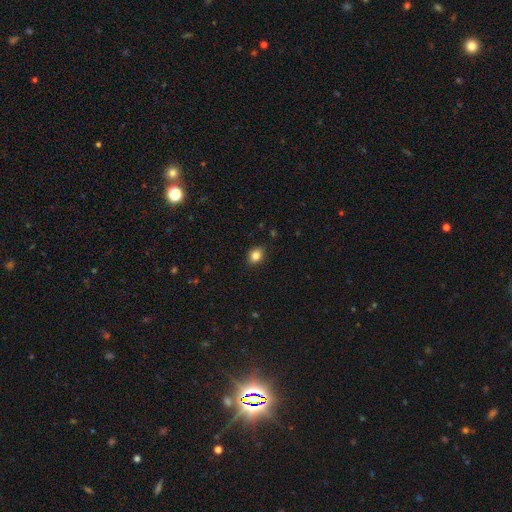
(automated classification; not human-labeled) Q: Smooth or featured?
A: smooth (84%); runner-up: star or artifact (10%)
Q: How rounded?
A: in between (54%); runner-up: round (45%)
Q: Merging?
A: none (88%); runner-up: minor disturbance (9%)